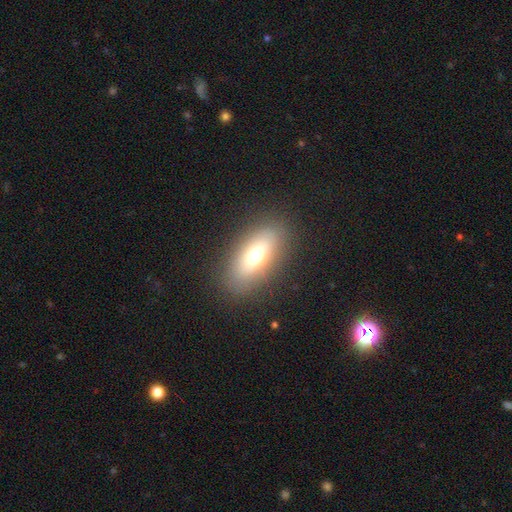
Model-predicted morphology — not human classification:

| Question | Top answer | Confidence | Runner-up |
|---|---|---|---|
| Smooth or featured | smooth | 66% | featured or disk (24%) |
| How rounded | in between | 80% | cigar-shaped (15%) |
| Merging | none | 86% | minor disturbance (9%) |